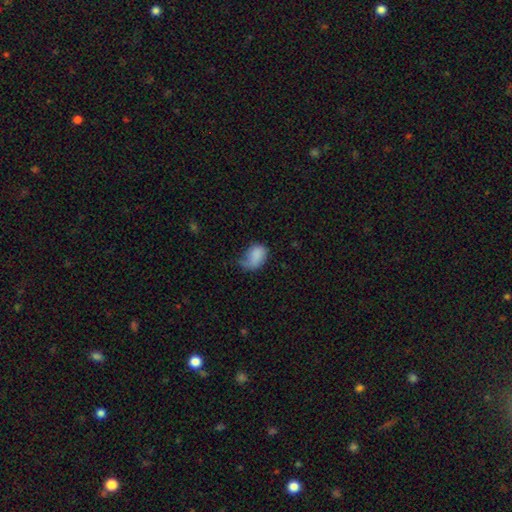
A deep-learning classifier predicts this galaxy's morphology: Overall: smooth (80%). How rounded: in between (81%). Merging: minor disturbance (36%; major disturbance 31%).